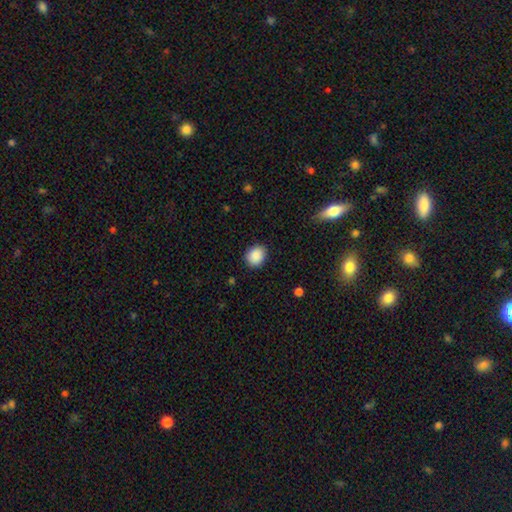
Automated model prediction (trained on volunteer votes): smooth-or-featured: smooth: 89% | star or artifact: 8% | featured or disk: 3%
  how-rounded: round: 65% | in between: 35% | cigar-shaped: 1%
  merging: none: 88% | minor disturbance: 9% | major disturbance: 2% | merger: 1%